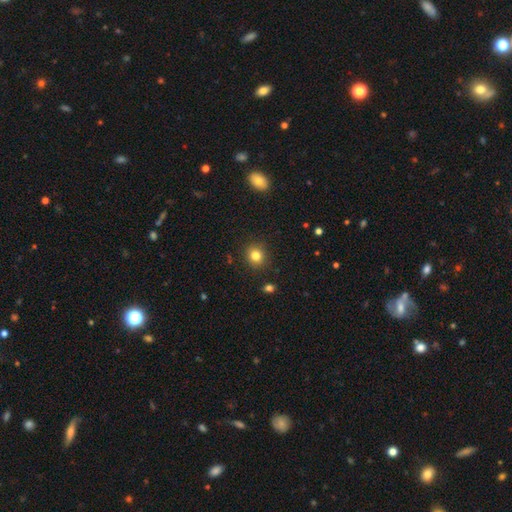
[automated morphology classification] This appears to be a smooth galaxy with no disk features (82%) that is round (86%). Merging: none (90%).